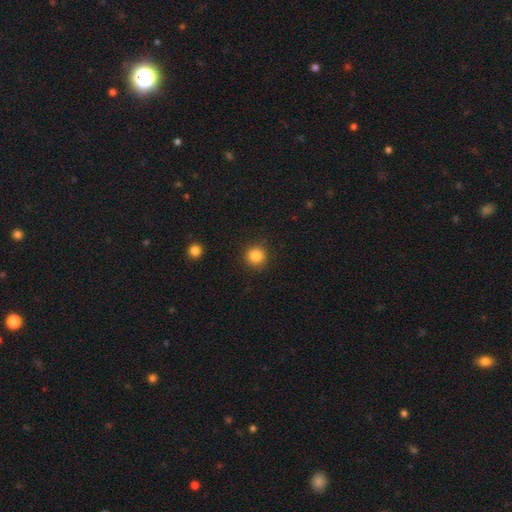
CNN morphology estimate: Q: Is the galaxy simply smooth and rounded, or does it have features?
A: smooth — 85%.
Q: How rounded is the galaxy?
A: round — 94%.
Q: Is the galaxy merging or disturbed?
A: none — 91%.